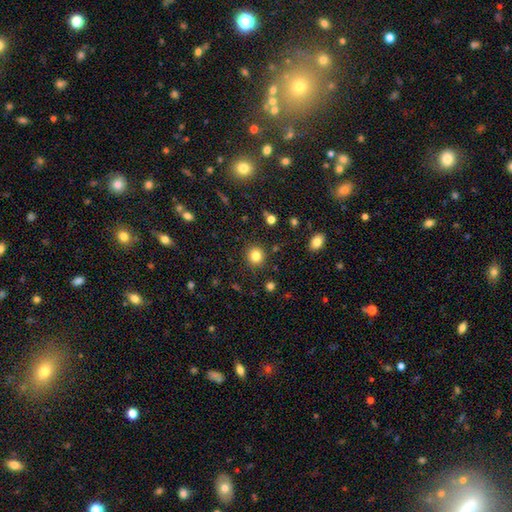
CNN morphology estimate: smooth 82%, star or artifact 12%, featured or disk 6%. Down the decision tree: how rounded — round (88%); merging — none (89%).